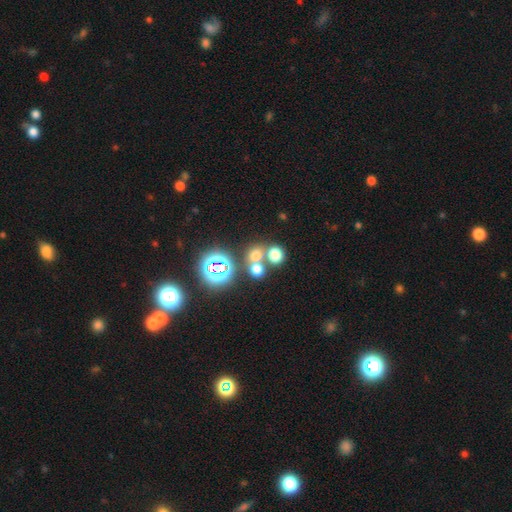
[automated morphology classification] This appears to be a smooth galaxy with no disk features (61%) that is round (80%). Merging: none (53%).